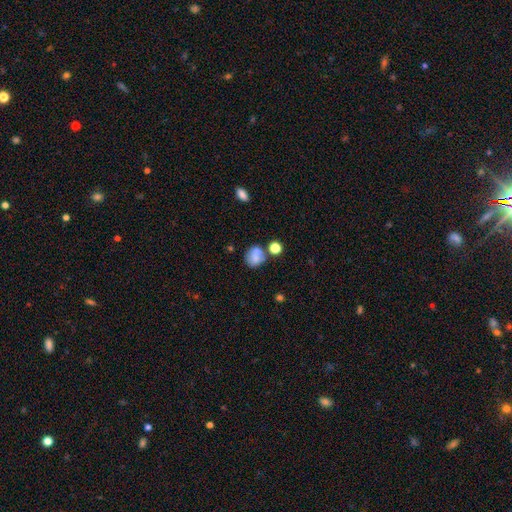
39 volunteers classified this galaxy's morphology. smooth_or_featured: smooth (p=0.67) [alt: featured or disk p=0.26]
how_rounded: round (p=0.58) [alt: in between p=0.38]
merging: none (p=0.42) [alt: minor disturbance p=0.36]